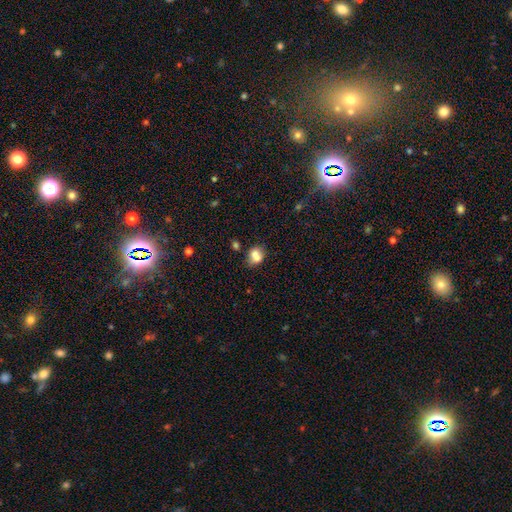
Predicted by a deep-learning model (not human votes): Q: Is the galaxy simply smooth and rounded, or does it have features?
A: smooth — 76%.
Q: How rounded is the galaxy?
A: round — 56%.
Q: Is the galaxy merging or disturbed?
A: none — 47%.